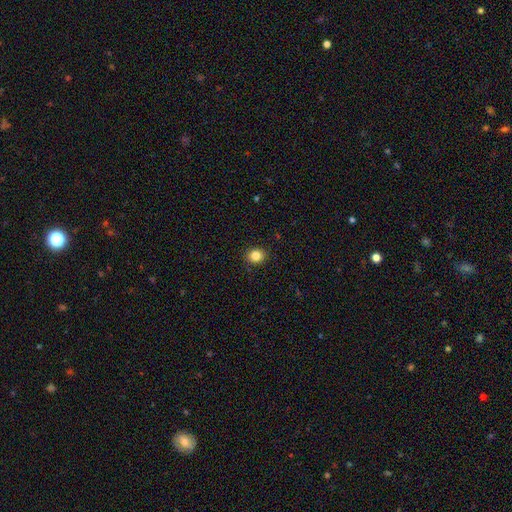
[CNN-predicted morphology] The model was most divided on "how rounded": round: 72%, in between: 27%, cigar-shaped: 1%. More confident: merging — none (91%); smooth or featured — smooth (84%).